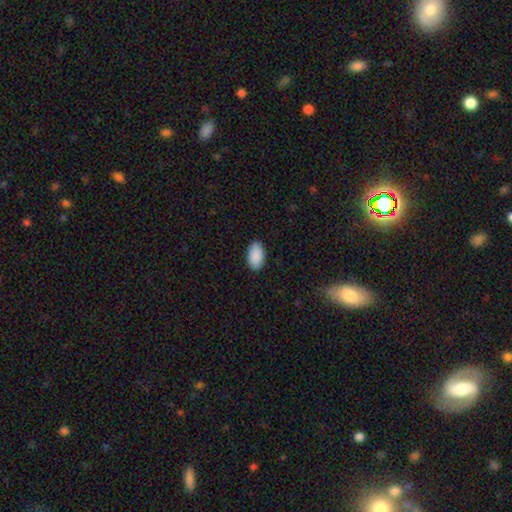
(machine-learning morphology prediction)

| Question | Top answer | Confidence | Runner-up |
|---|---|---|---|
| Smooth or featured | smooth | 91% | star or artifact (6%) |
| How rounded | in between | 95% | round (3%) |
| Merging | none | 88% | minor disturbance (9%) |